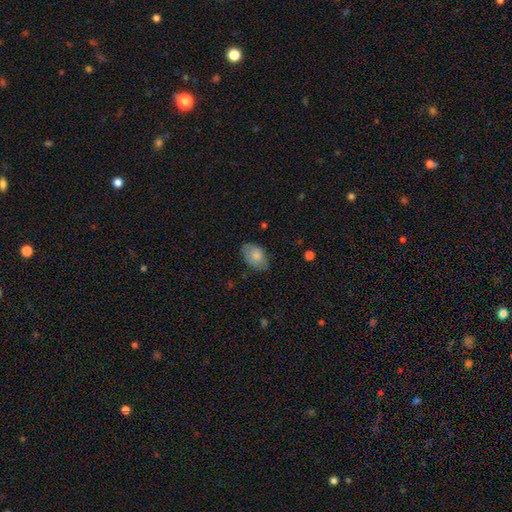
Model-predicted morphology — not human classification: Smooth or featured? smooth (78%)
How rounded? in between (89%)
Merging? none (71%)